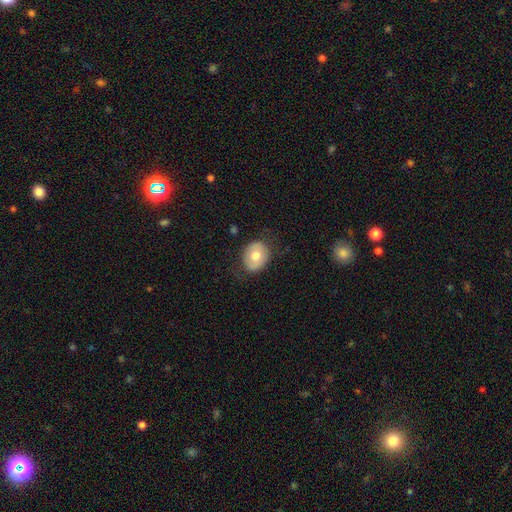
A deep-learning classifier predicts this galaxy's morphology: Overall: smooth (68%). How rounded: round (55%; in between 44%). Merging: none (78%).